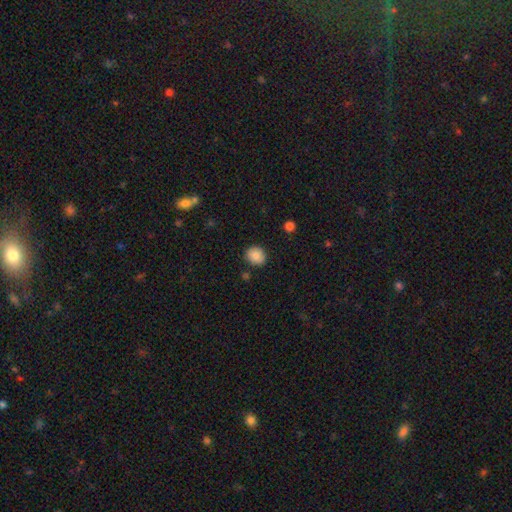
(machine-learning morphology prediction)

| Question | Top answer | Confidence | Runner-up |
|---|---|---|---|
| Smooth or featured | smooth | 86% | star or artifact (9%) |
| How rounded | round | 77% | in between (22%) |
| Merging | none | 86% | minor disturbance (9%) |